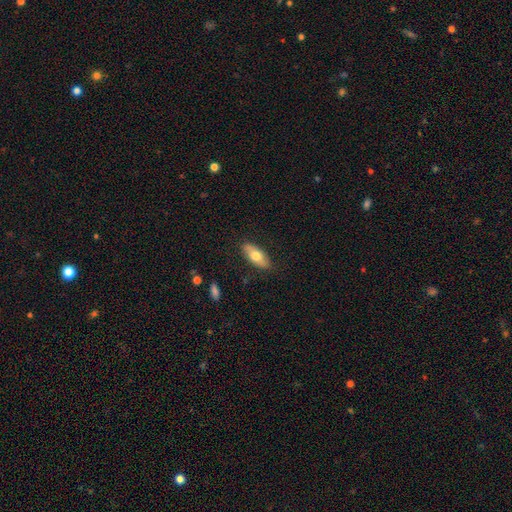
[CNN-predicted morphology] Smooth or featured?
  - smooth: 68% *
  - featured or disk: 26%
  - star or artifact: 6%
How rounded?
  - in between: 81% *
  - cigar-shaped: 16%
  - round: 3%
Merging?
  - none: 85% *
  - minor disturbance: 12%
  - major disturbance: 2%
  - merger: 1%